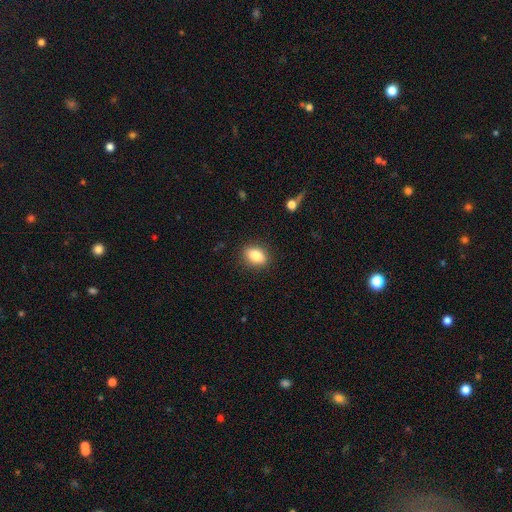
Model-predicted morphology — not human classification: Smooth or featured: smooth — 84% (featured or disk — 8%)
How rounded: in between — 80% (round — 17%)
Merging: none — 88% (minor disturbance — 9%)